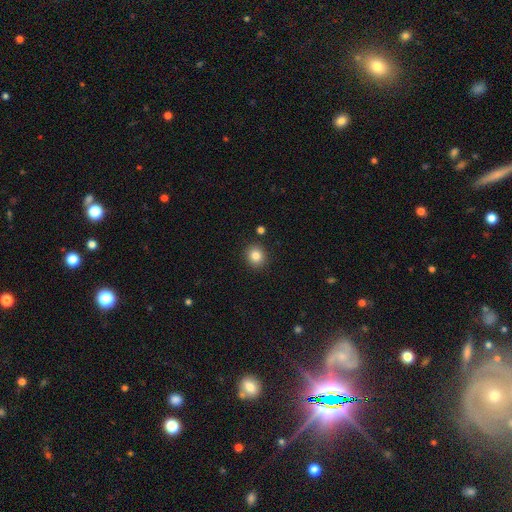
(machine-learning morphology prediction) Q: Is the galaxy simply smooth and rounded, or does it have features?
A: smooth — 84%.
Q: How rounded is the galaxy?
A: round — 87%.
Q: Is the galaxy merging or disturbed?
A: none — 89%.